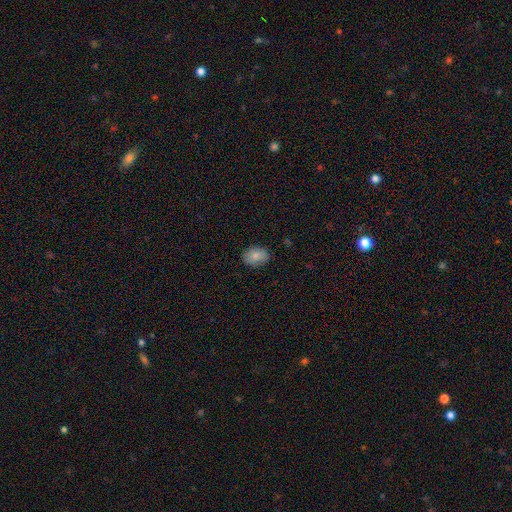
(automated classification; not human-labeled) Smooth or featured?
  - smooth: 83% *
  - featured or disk: 9%
  - star or artifact: 8%
How rounded?
  - in between: 75% *
  - round: 24%
  - cigar-shaped: 1%
Merging?
  - none: 85% *
  - minor disturbance: 12%
  - major disturbance: 2%
  - merger: 1%